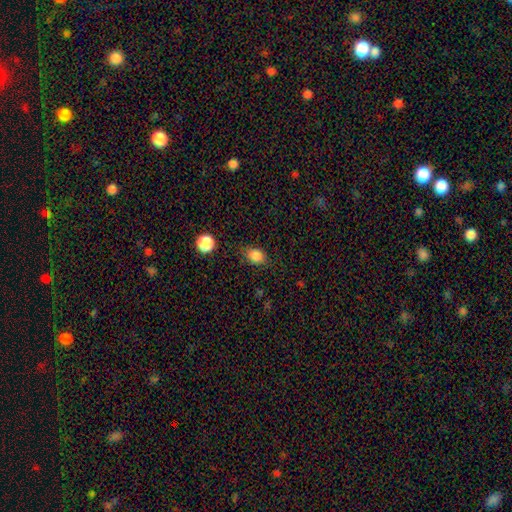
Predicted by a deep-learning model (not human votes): This is clearly a smooth galaxy (85%). How rounded: likely in between (61%). Merging: likely none (76%).